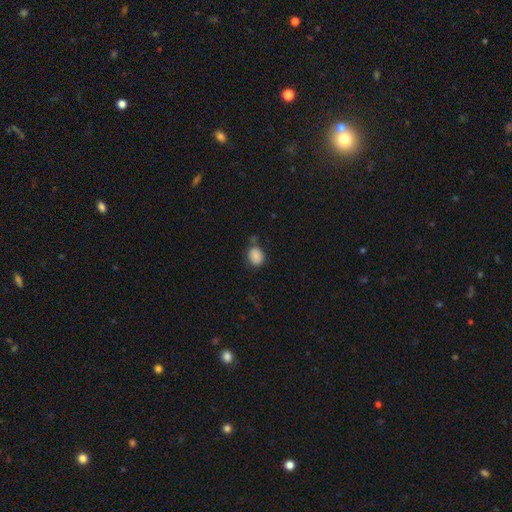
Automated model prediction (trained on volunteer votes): Overall: smooth (86%). How rounded: round (58%; in between 42%). Merging: none (69%).